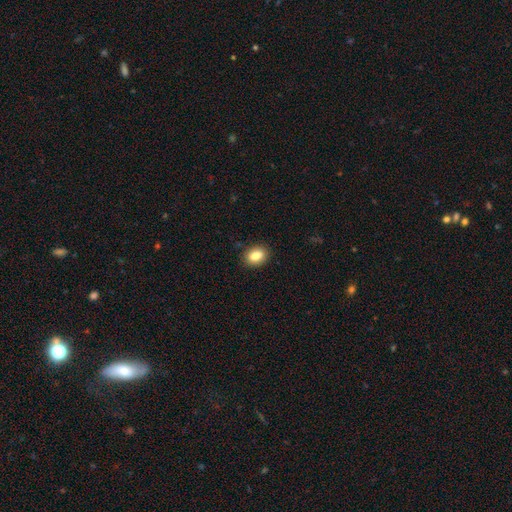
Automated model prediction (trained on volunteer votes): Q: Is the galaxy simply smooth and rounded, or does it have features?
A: smooth — 84%.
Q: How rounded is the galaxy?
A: in between — 73%.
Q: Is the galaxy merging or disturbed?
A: none — 88%.